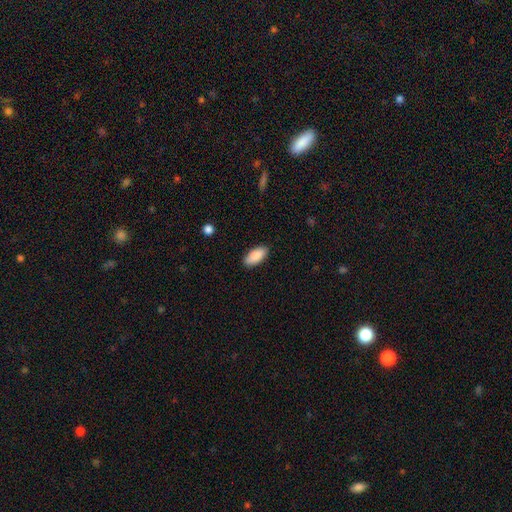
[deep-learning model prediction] Smooth or featured? Predicted: smooth (p=0.89). How rounded? Predicted: in between (p=0.91). Merging? Predicted: none (p=0.88).